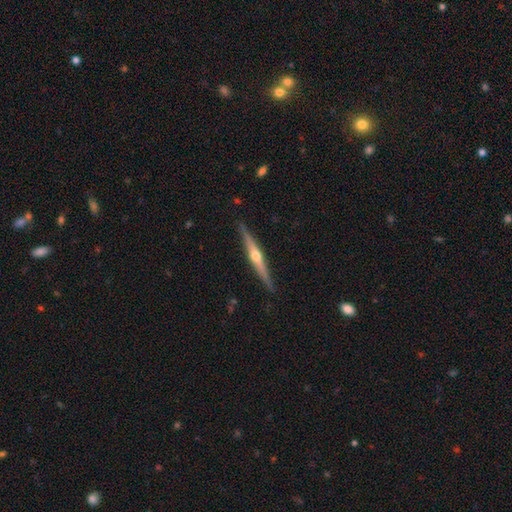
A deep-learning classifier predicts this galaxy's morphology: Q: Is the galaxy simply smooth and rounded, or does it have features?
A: featured or disk — 75%.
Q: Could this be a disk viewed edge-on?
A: yes — 98%.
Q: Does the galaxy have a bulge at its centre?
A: rounded — 92%.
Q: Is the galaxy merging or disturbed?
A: none — 89%.